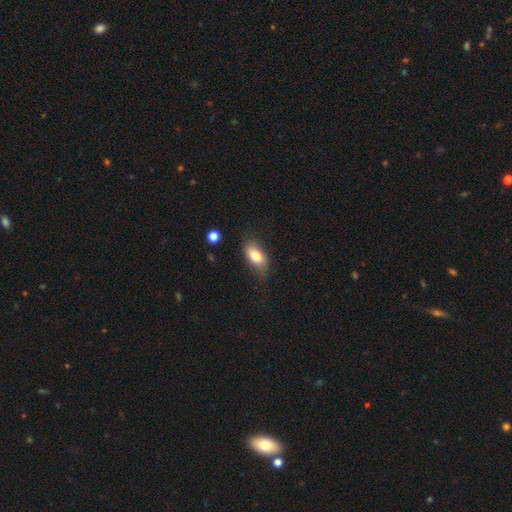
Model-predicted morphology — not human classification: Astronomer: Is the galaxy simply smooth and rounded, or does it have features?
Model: smooth — 79%.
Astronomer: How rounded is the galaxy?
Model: in between — 88%.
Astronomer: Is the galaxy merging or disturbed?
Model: none — 70%.